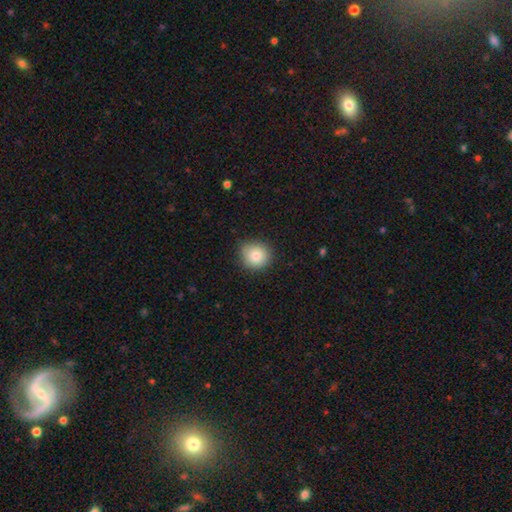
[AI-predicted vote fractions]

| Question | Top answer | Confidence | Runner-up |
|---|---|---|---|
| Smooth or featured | smooth | 84% | star or artifact (9%) |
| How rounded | round | 89% | in between (10%) |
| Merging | none | 85% | minor disturbance (11%) |